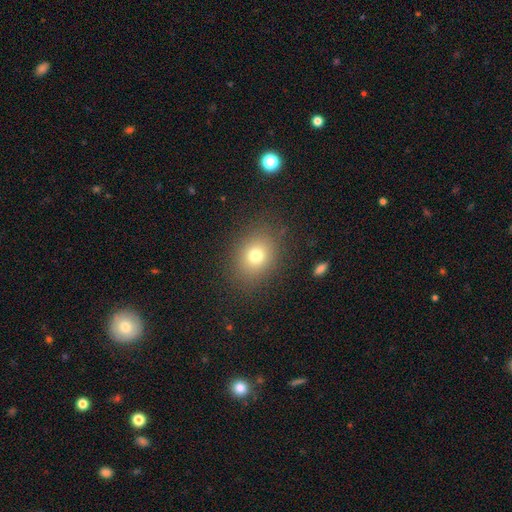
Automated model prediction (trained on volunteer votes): Morphology: type=smooth (75%); roundness=round (50%); merging=none (84%).